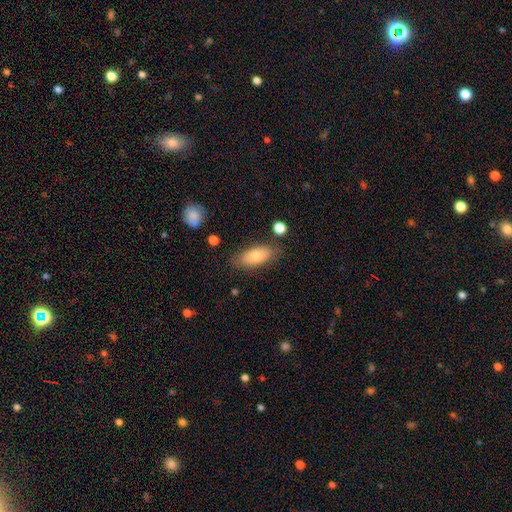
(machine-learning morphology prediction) smooth 73%, featured or disk 20%, star or artifact 7%. Down the decision tree: how rounded — in between (83%); merging — none (80%).